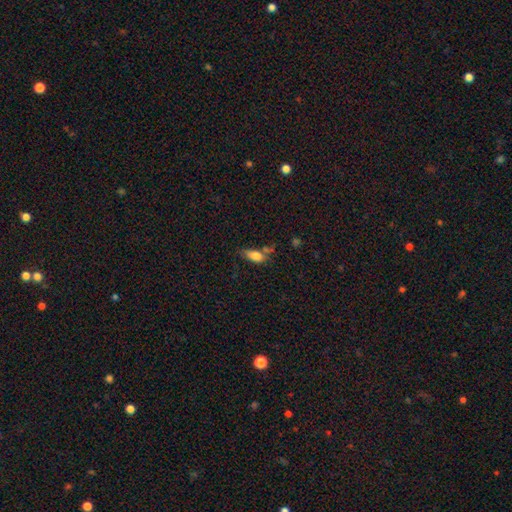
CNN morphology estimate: Smooth or featured? smooth (79%)
How rounded? in between (83%)
Merging? none (45%)